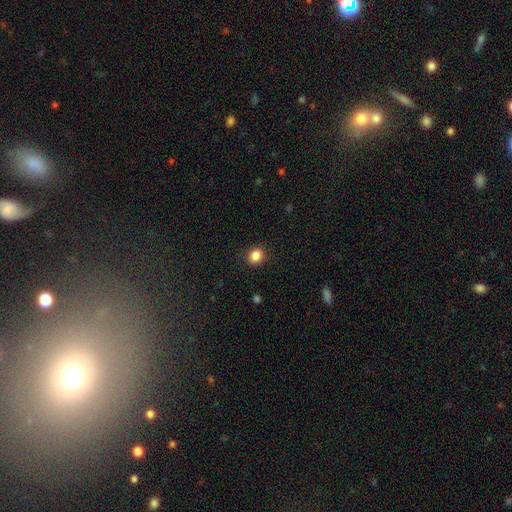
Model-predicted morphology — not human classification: smooth_or_featured: smooth (p=0.86) [alt: star or artifact p=0.10]
how_rounded: round (p=0.63) [alt: in between p=0.36]
merging: none (p=0.89) [alt: minor disturbance p=0.08]